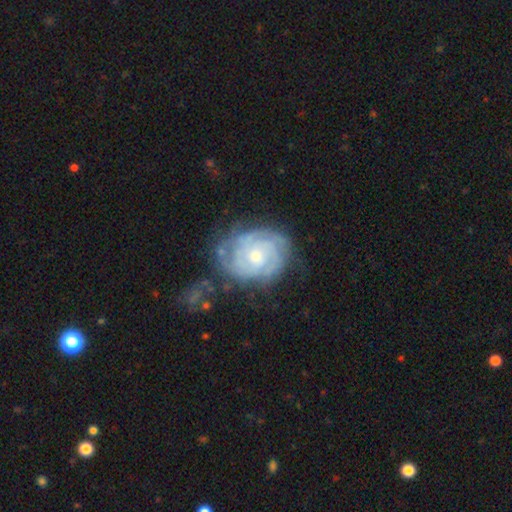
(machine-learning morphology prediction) Smooth or featured?
  - featured or disk: 81% *
  - smooth: 13%
  - star or artifact: 6%
Edge-on disk?
  - no: 97% *
  - yes: 3%
Bar?
  - no: 77% *
  - weak: 20%
  - strong: 3%
Spiral arms?
  - yes: 92% *
  - no: 8%
Spiral winding?
  - tight: 72% *
  - medium: 23%
  - loose: 6%
Spiral arm count?
  - can't tell: 41% *
  - 3: 19%
  - 2: 15%
  - 4: 14%
  - more than 4: 6%
  - 1: 5%
Bulge size?
  - moderate: 48% *
  - small: 47%
  - large: 3%
  - none: 1%
  - dominant: 1%
Merging?
  - none: 64% *
  - minor disturbance: 23%
  - major disturbance: 11%
  - merger: 2%